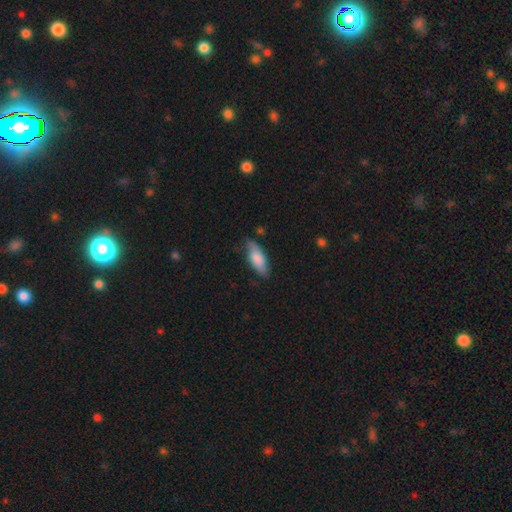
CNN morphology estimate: The model was most divided on "how rounded": in between: 64%, cigar-shaped: 34%, round: 2%. More confident: merging — none (74%); smooth or featured — smooth (68%).